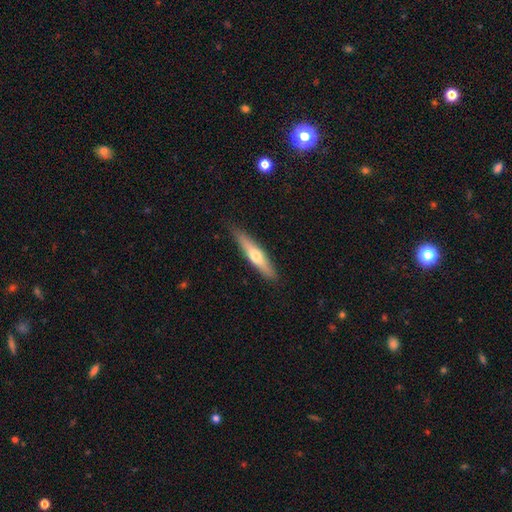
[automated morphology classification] Smooth or featured: smooth — 51% (featured or disk — 44%)
How rounded: cigar-shaped — 85% (in between — 13%)
Merging: none — 86% (minor disturbance — 11%)